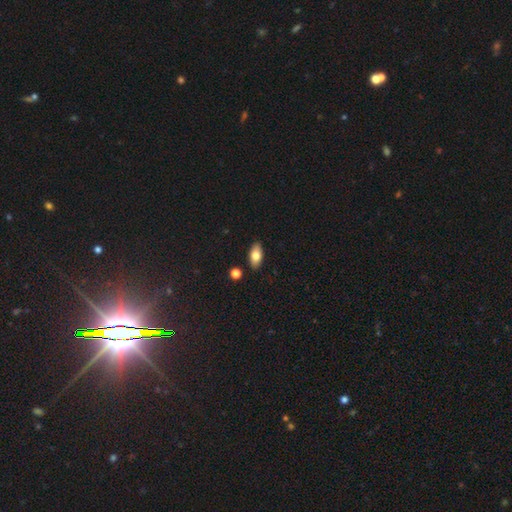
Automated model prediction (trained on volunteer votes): Smooth or featured? smooth (77%)
How rounded? in between (89%)
Merging? none (87%)